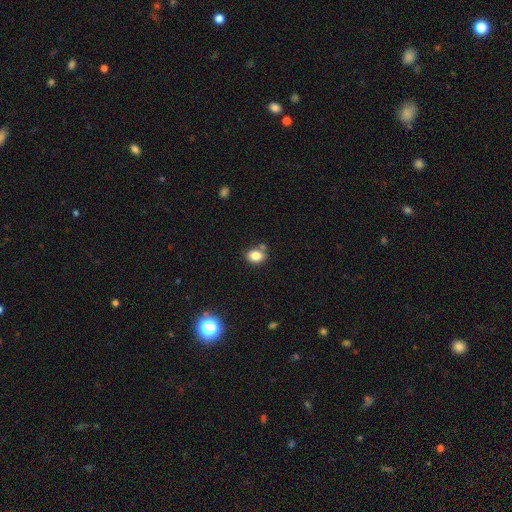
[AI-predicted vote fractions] A smooth galaxy with no disk features (82%) that is in between round and cigar-shaped (62%).

Vote fractions:
- Smooth or featured? smooth: 82% / star or artifact: 11% / featured or disk: 7%
- How rounded? in between: 62% / round: 37% / cigar-shaped: 1%
- Merging? none: 69% / minor disturbance: 14% / merger: 13% / major disturbance: 3%